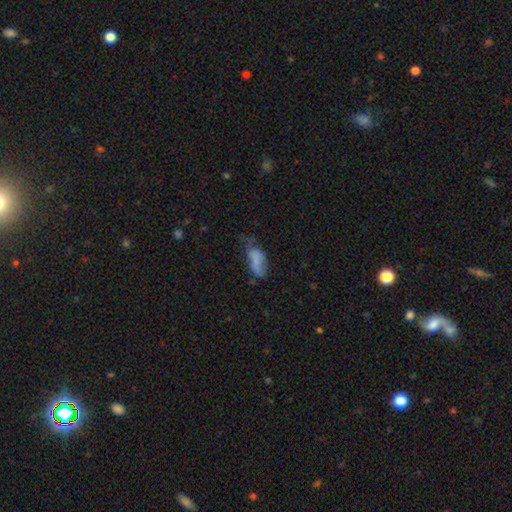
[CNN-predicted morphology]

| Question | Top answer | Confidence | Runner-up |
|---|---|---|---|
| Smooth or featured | smooth | 67% | featured or disk (21%) |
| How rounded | in between | 76% | cigar-shaped (21%) |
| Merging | minor disturbance | 36% | none (34%) |